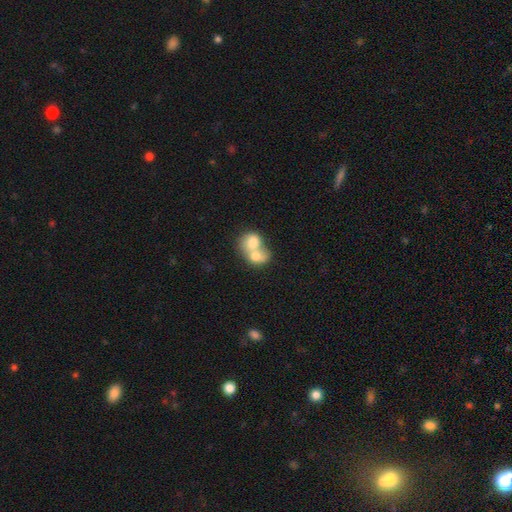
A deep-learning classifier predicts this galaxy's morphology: A smooth galaxy with no disk features (70%) that is round (55%). Merging: merger (81%).